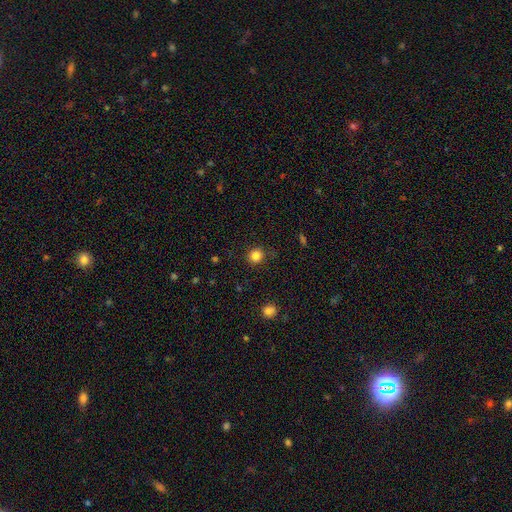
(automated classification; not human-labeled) The model was most divided on "smooth or featured": smooth: 83%, star or artifact: 12%, featured or disk: 5%. More confident: merging — none (86%); how rounded — round (86%).